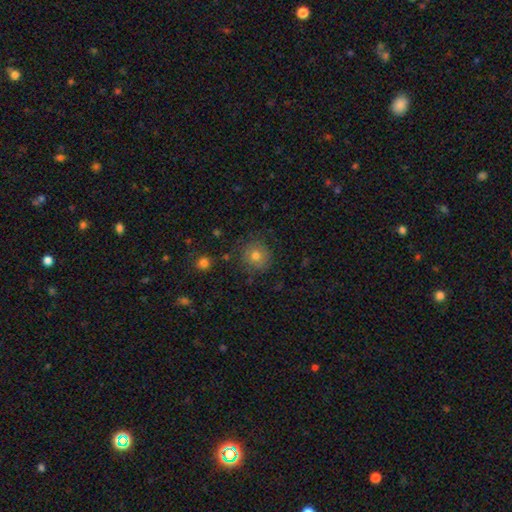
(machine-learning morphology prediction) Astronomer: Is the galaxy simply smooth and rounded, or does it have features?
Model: smooth — 74%.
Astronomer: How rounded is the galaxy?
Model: round — 90%.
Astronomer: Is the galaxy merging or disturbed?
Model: none — 80%.